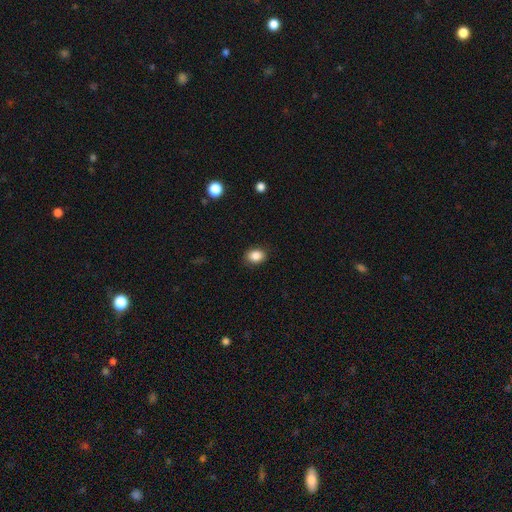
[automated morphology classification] smooth 87%, star or artifact 9%, featured or disk 4%. Down the decision tree: how rounded — in between (62%); merging — none (88%).